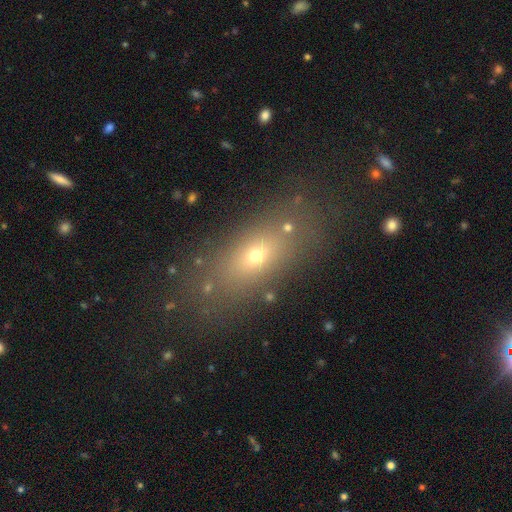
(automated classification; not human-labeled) Q: Smooth or featured?
A: smooth (62%); runner-up: featured or disk (21%)
Q: How rounded?
A: in between (68%); runner-up: cigar-shaped (23%)
Q: Merging?
A: none (76%); runner-up: minor disturbance (13%)